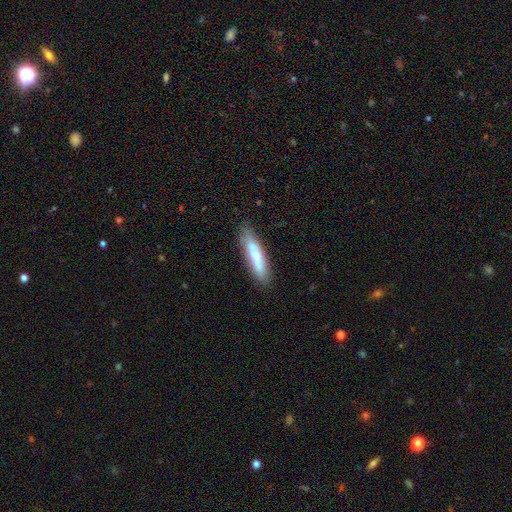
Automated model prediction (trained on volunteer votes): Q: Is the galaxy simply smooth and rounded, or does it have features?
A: smooth — 68%.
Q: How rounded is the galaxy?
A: cigar-shaped — 79%.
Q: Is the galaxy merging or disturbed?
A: none — 74%.